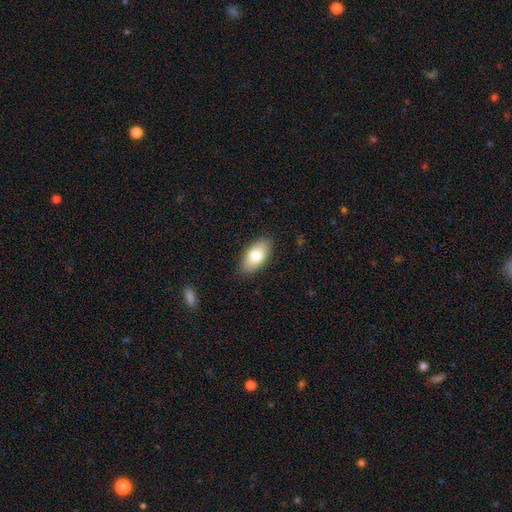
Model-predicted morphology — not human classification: A smooth galaxy with no disk features (76%) that is in between round and cigar-shaped (91%). Merging: none (87%).